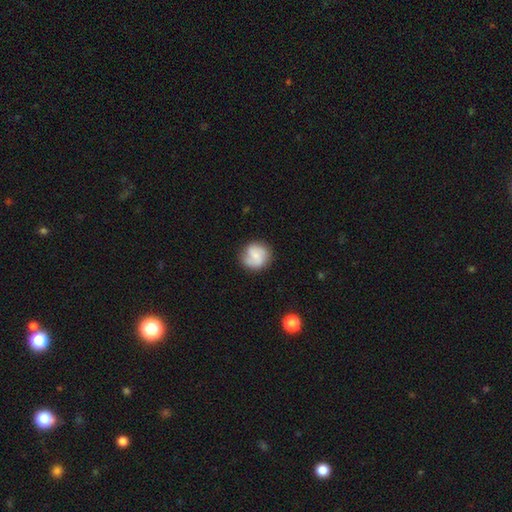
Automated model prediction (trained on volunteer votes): Morphology: type=smooth (52%); roundness=round (87%); merging=none (76%).